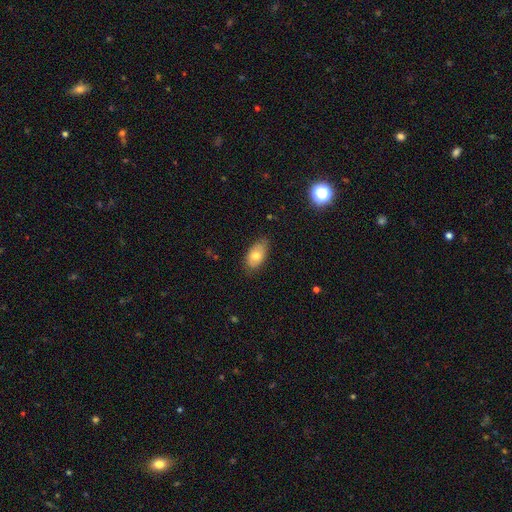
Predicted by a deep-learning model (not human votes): This is likely a smooth galaxy (71%). How rounded: clearly in between (92%). Merging: likely none (73%).